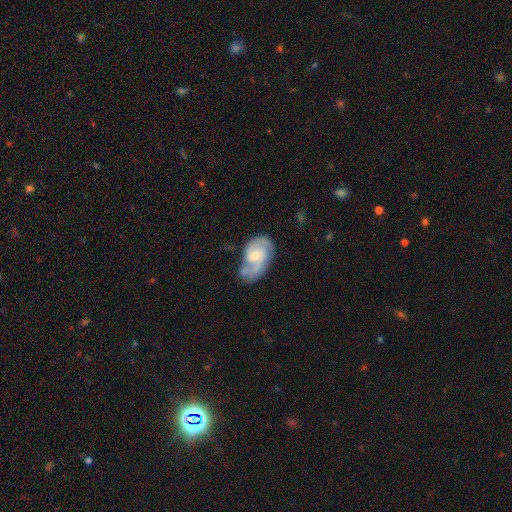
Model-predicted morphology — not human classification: A featured or disk galaxy (76%) with no bar (56%), 2 (73%) medium (49%) spiral arms (92%) and a small central bulge (55%).

Vote fractions:
- Smooth or featured? featured or disk: 76% / smooth: 18% / star or artifact: 6%
- Edge-on disk? no: 97% / yes: 3%
- Bar? no: 56% / weak: 38% / strong: 6%
- Spiral arms? yes: 92% / no: 8%
- Spiral winding? medium: 49% / tight: 30% / loose: 21%
- Spiral arm count? 2: 73% / can't tell: 12% / 3: 6% / 1: 6% / 4: 2% / more than 4: 1%
- Bulge size? small: 55% / moderate: 34% / none: 6% / large: 3% / dominant: 1%
- Merging? none: 48% / minor disturbance: 27% / major disturbance: 15% / merger: 9%